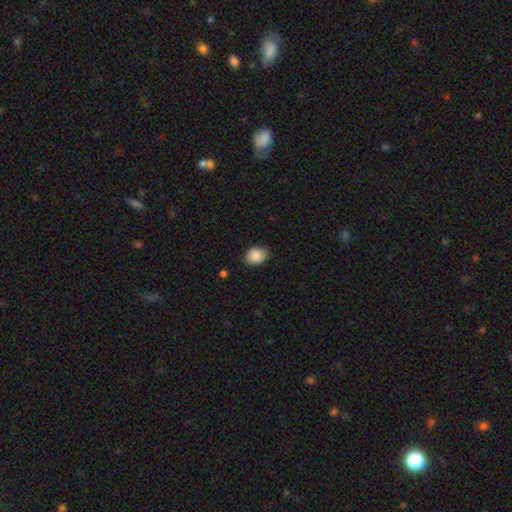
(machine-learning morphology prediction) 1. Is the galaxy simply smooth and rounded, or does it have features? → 89% smooth, 8% star or artifact, 3% featured or disk.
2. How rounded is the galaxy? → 51% in between, 48% round, 1% cigar-shaped.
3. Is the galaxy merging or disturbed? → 84% none, 12% minor disturbance, 3% major disturbance, 1% merger.